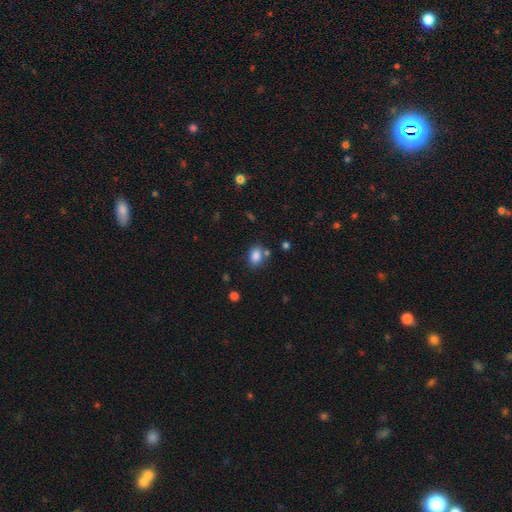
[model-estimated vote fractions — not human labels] Smooth or featured?
  - smooth: 85% *
  - star or artifact: 10%
  - featured or disk: 5%
How rounded?
  - in between: 73% *
  - round: 26%
  - cigar-shaped: 1%
Merging?
  - none: 70% *
  - minor disturbance: 15%
  - merger: 11%
  - major disturbance: 4%